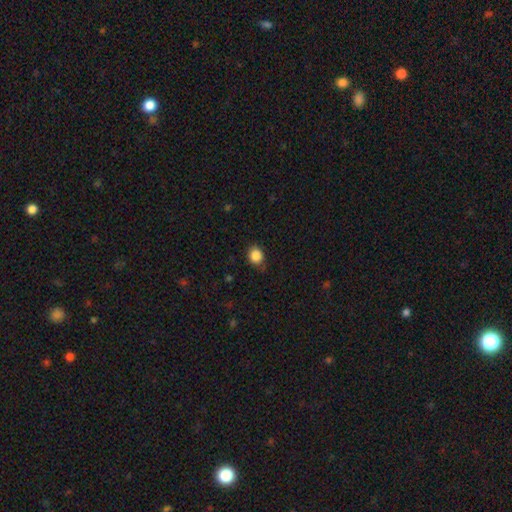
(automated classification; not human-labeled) smooth-or-featured: smooth: 86% | star or artifact: 10% | featured or disk: 4%
  how-rounded: round: 75% | in between: 24% | cigar-shaped: 1%
  merging: none: 84% | minor disturbance: 13% | major disturbance: 3% | merger: 1%